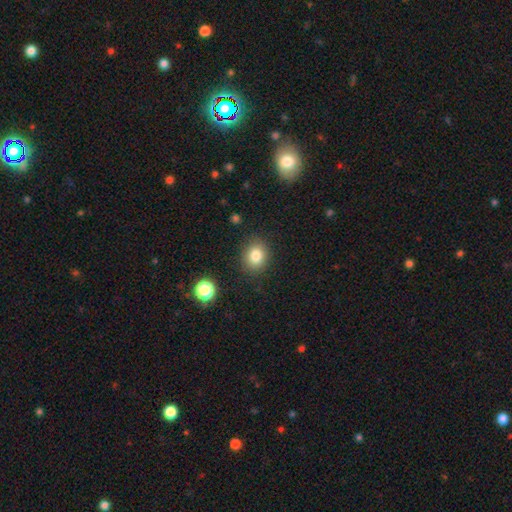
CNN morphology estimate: A smooth galaxy with no disk features (83%) that is round (59%).

Vote fractions:
- Smooth or featured? smooth: 83% / star or artifact: 11% / featured or disk: 7%
- How rounded? round: 59% / in between: 40% / cigar-shaped: 1%
- Merging? none: 85% / minor disturbance: 10% / major disturbance: 3% / merger: 2%